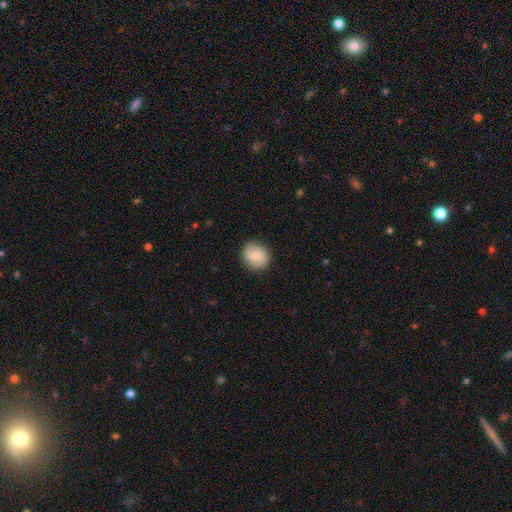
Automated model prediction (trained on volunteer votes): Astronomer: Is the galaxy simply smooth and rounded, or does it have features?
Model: smooth — 73%.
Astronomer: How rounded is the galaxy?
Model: round — 79%.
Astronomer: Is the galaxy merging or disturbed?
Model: none — 86%.